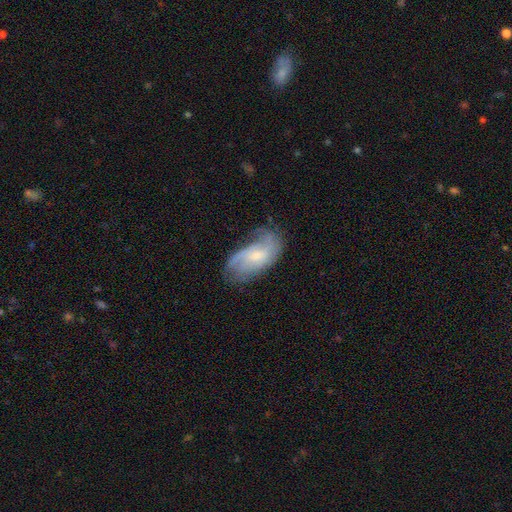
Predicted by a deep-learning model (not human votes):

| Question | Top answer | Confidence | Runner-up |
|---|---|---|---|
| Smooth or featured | featured or disk | 66% | smooth (26%) |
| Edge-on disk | no | 95% | yes (5%) |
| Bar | no | 49% | weak (43%) |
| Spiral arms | yes | 87% | no (13%) |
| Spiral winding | medium | 40% | loose (37%) |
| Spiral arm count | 2 | 41% | can't tell (30%) |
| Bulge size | small | 55% | moderate (34%) |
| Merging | none | 54% | minor disturbance (28%) |